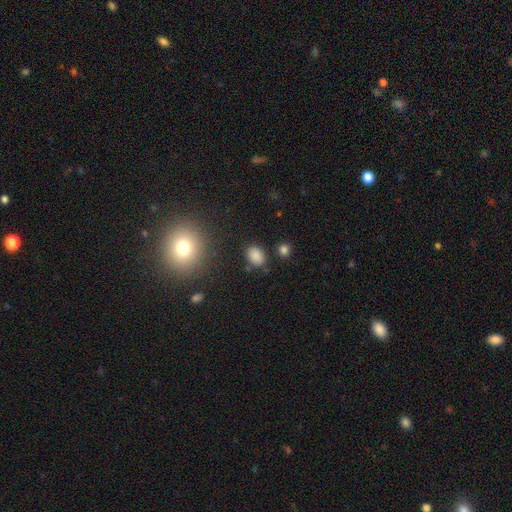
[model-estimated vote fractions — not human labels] This is clearly a smooth galaxy (84%). How rounded: likely in between (73%). Merging: clearly none (81%).